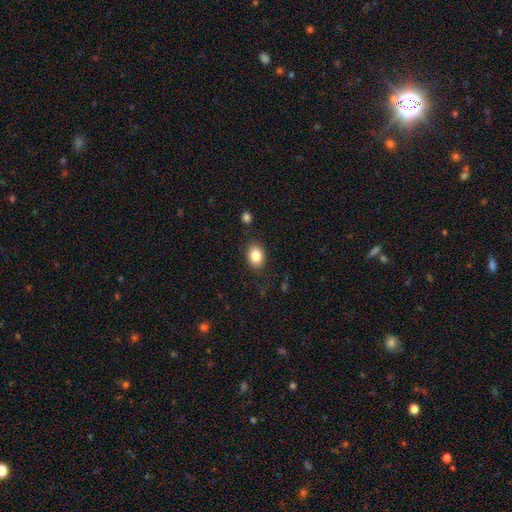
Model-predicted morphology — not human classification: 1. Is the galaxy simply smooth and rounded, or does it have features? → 84% smooth, 8% star or artifact, 7% featured or disk.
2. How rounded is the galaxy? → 71% in between, 28% round, 1% cigar-shaped.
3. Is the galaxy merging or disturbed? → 84% none, 11% minor disturbance, 3% major disturbance, 2% merger.